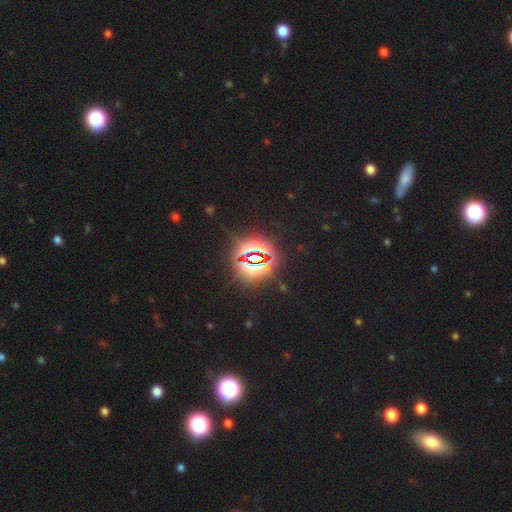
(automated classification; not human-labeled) Smooth or featured: star or artifact — 81% (smooth — 12%)